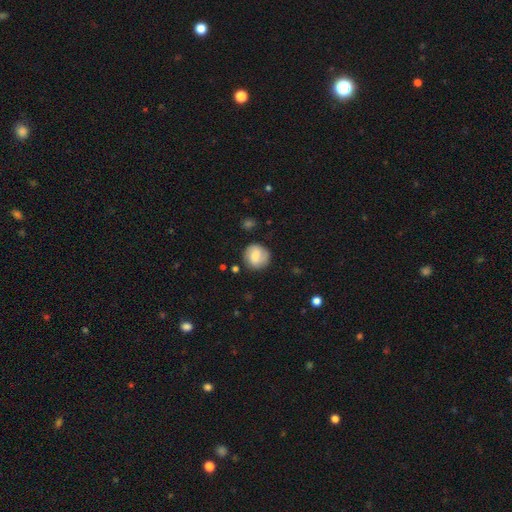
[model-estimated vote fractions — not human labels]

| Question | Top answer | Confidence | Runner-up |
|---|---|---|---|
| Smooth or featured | smooth | 62% | featured or disk (31%) |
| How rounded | round | 89% | in between (10%) |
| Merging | none | 79% | minor disturbance (14%) |